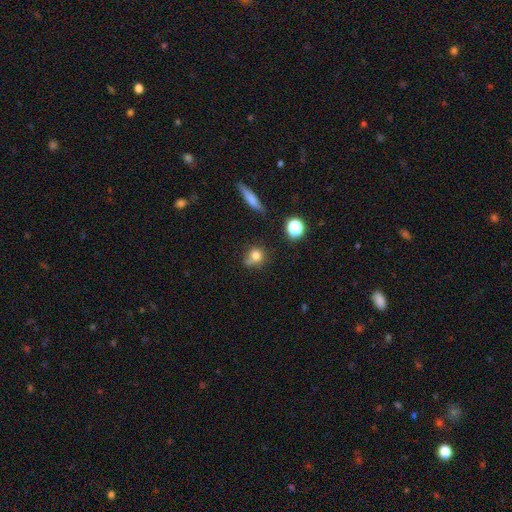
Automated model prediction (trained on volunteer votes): Q: Smooth or featured?
A: smooth (76%); runner-up: star or artifact (13%)
Q: How rounded?
A: round (78%); runner-up: in between (20%)
Q: Merging?
A: none (57%); runner-up: minor disturbance (20%)